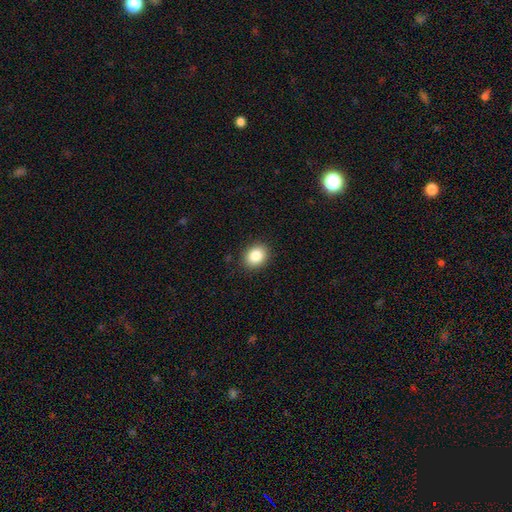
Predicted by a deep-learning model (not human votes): Smooth or featured? smooth (85%)
How rounded? round (55%)
Merging? none (89%)